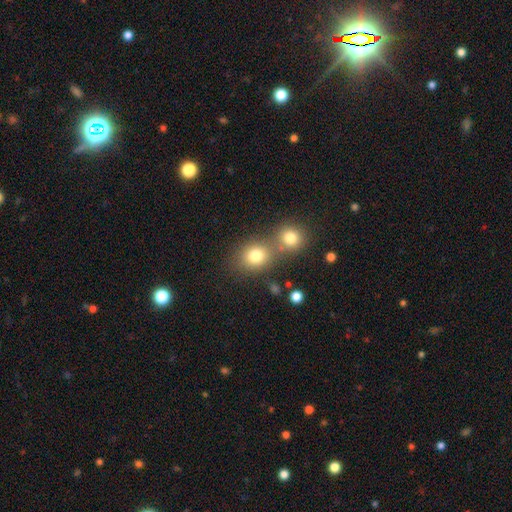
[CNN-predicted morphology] Q: Smooth or featured?
A: smooth (78%); runner-up: star or artifact (13%)
Q: How rounded?
A: round (67%); runner-up: in between (32%)
Q: Merging?
A: none (49%); runner-up: merger (39%)